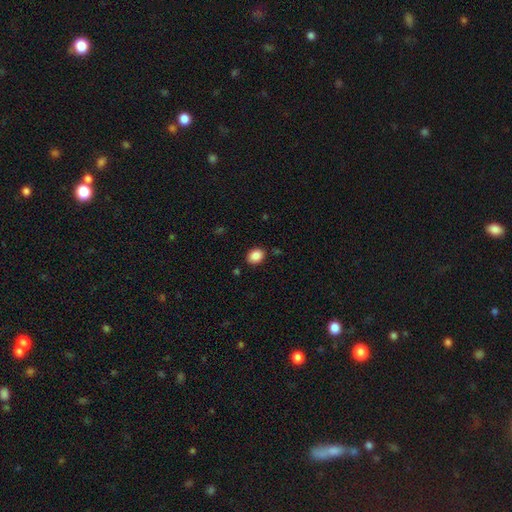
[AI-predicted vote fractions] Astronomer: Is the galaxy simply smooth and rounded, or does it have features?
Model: smooth — 87%.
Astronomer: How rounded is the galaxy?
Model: in between — 57% (runner-up: round, 42%).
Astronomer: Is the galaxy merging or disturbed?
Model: none — 86%.